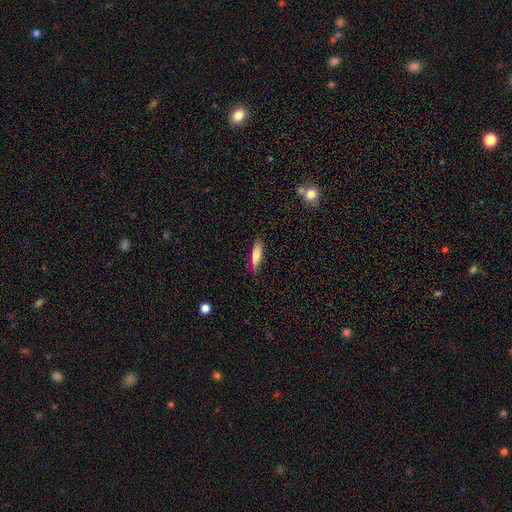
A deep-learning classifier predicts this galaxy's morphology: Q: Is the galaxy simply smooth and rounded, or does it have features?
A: smooth — 73%.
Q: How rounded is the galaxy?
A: cigar-shaped — 63%.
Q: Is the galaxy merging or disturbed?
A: none — 83%.